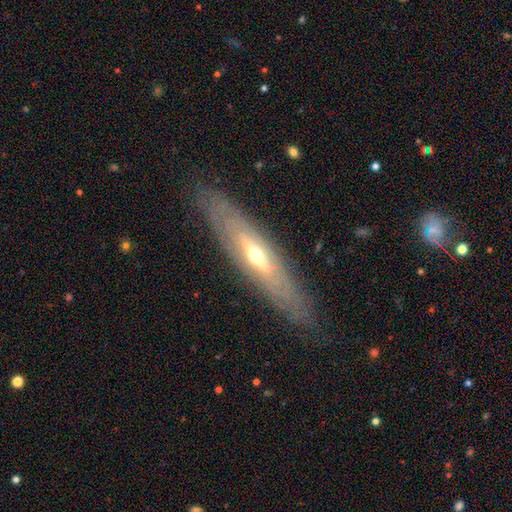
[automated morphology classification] The model was most divided on "edge-on disk" (2-way tie): no: 50%, yes: 50%. More confident: merging — none (80%); smooth or featured — featured or disk (72%).